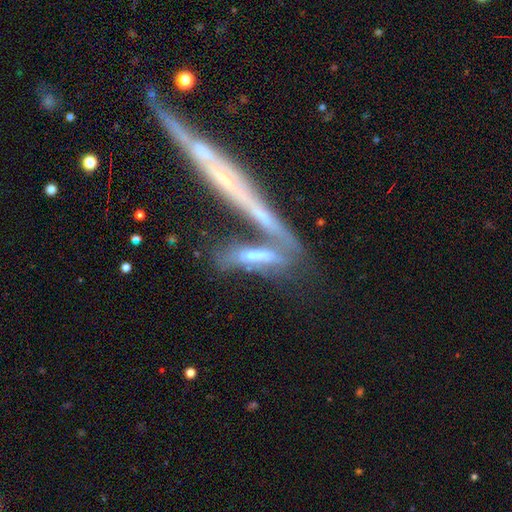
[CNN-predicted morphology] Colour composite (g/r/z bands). It shows a featured or disk galaxy (47%). Merging: merger (44%).